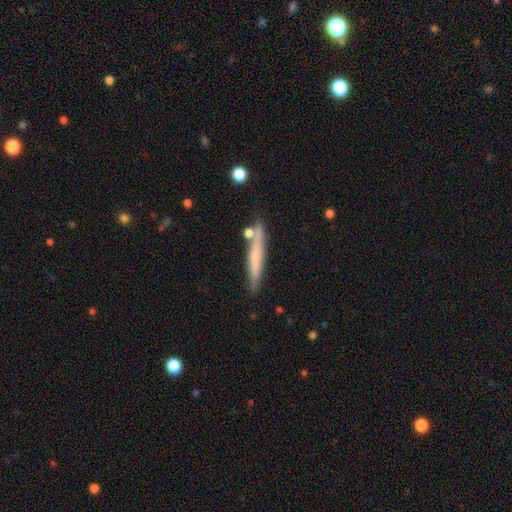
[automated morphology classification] This is possibly a smooth galaxy (54%). How rounded: clearly cigar-shaped (95%). Merging: likely none (79%).